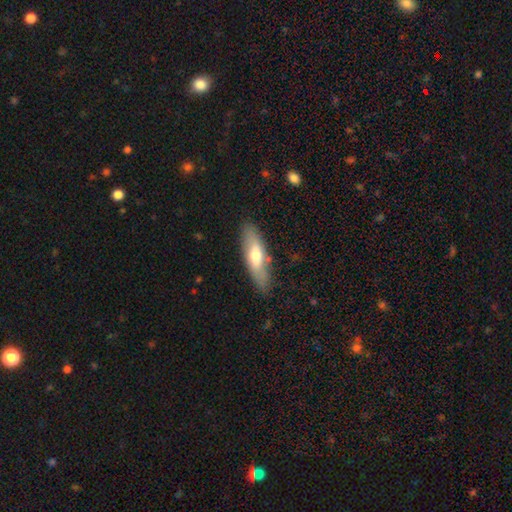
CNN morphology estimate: Smooth or featured: smooth — 61% (featured or disk — 33%)
How rounded: in between — 49% (tied with cigar-shaped — 49%)
Merging: none — 82% (minor disturbance — 13%)